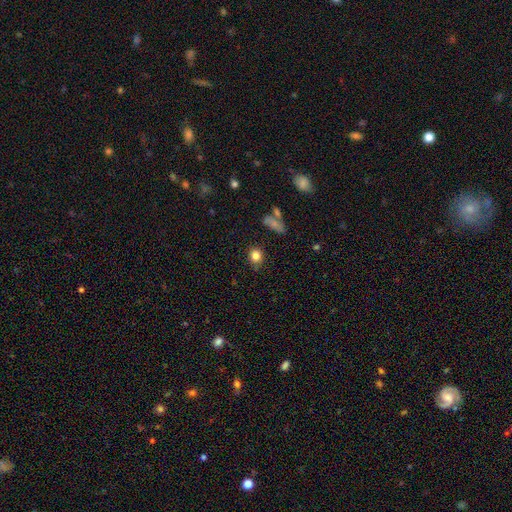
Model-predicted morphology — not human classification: Smooth or featured?
  - smooth: 82% *
  - star or artifact: 10%
  - featured or disk: 7%
How rounded?
  - round: 75% *
  - in between: 23%
  - cigar-shaped: 2%
Merging?
  - none: 80% *
  - minor disturbance: 13%
  - major disturbance: 3%
  - merger: 3%